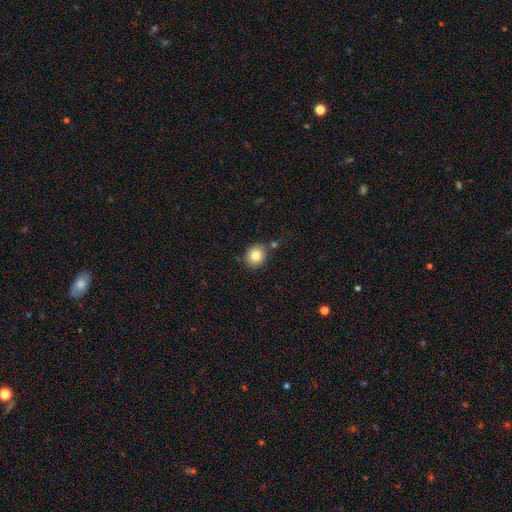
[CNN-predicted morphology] Q: Smooth or featured?
A: smooth (83%); runner-up: star or artifact (10%)
Q: How rounded?
A: round (79%); runner-up: in between (20%)
Q: Merging?
A: none (78%); runner-up: minor disturbance (12%)